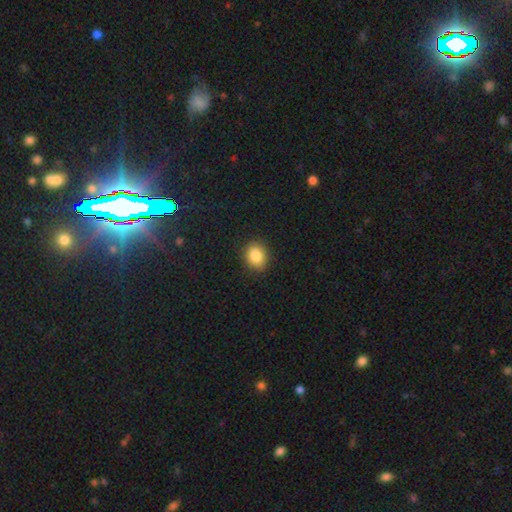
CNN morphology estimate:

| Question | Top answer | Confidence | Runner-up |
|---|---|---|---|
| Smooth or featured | smooth | 85% | star or artifact (9%) |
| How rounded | round | 50% | in between (49%) |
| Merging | none | 87% | minor disturbance (9%) |